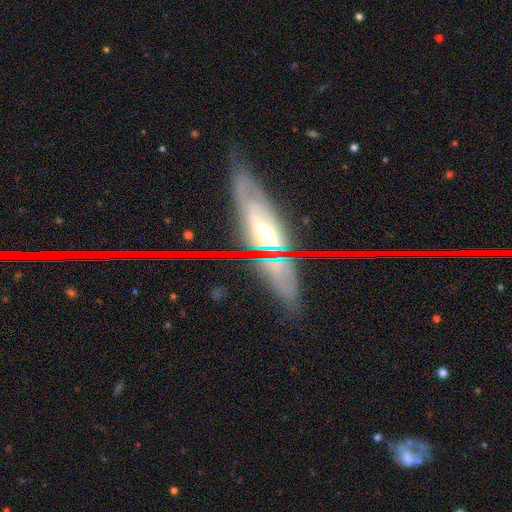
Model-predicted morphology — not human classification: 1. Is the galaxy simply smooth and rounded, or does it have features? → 72% featured or disk, 15% star or artifact, 13% smooth.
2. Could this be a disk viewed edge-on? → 71% yes, 29% no.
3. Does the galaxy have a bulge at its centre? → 69% rounded, 23% none, 8% boxy.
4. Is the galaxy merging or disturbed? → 78% none, 13% minor disturbance, 5% major disturbance, 4% merger.